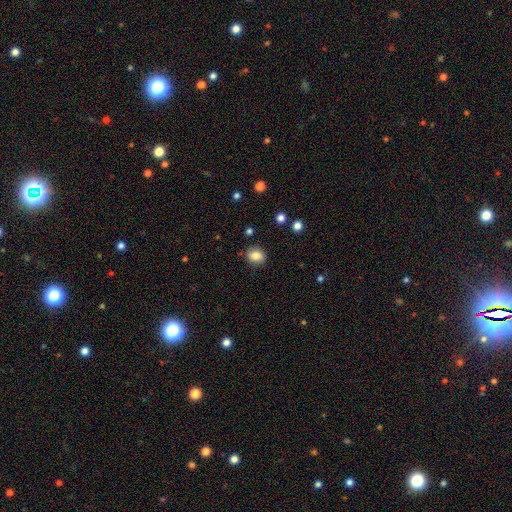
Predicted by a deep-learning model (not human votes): smooth_or_featured: smooth (p=0.83) [alt: star or artifact p=0.10]
how_rounded: round (p=0.60) [alt: in between p=0.39]
merging: none (p=0.85) [alt: minor disturbance p=0.10]